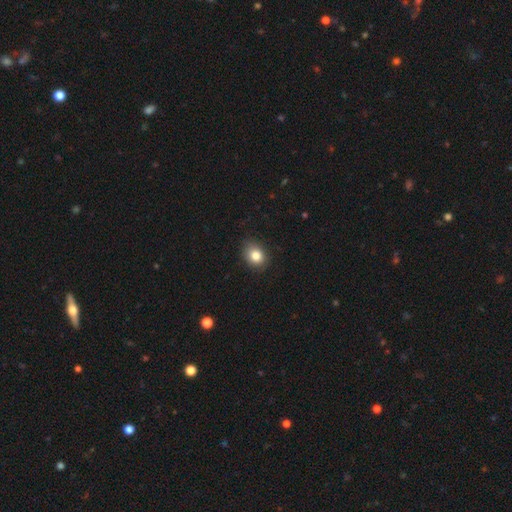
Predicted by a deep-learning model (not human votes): smooth-or-featured: smooth: 83% | star or artifact: 10% | featured or disk: 7%
  how-rounded: round: 50% | in between: 49% | cigar-shaped: 1%
  merging: none: 81% | minor disturbance: 15% | major disturbance: 3% | merger: 1%